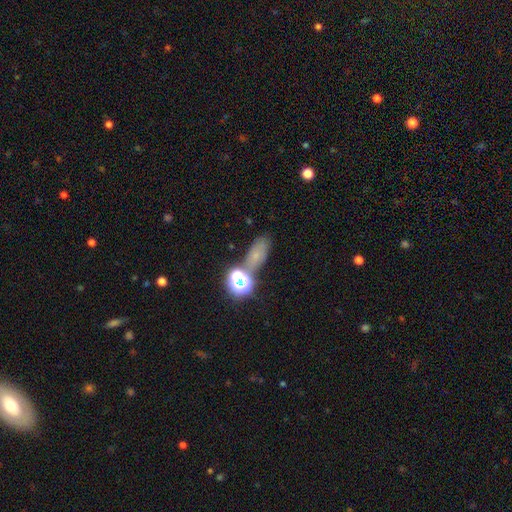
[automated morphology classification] smooth-or-featured: smooth: 53% | star or artifact: 32% | featured or disk: 15%
  how-rounded: in between: 73% | round: 18% | cigar-shaped: 10%
  merging: none: 61% | minor disturbance: 16% | merger: 16% | major disturbance: 7%